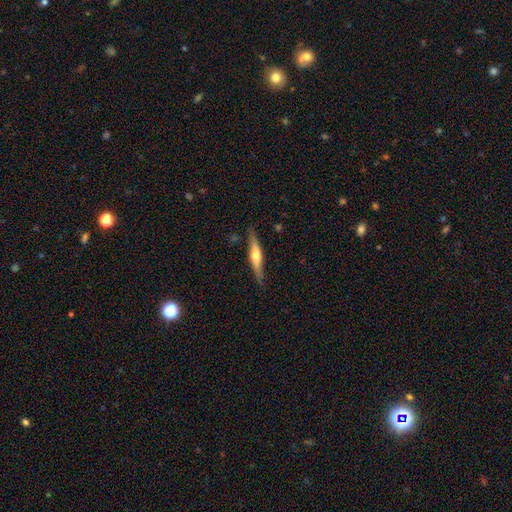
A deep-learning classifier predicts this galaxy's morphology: smooth_or_featured: featured or disk (p=0.65) [alt: smooth p=0.29]
disk_edge_on: yes (p=0.96) [alt: no p=0.04]
edge_on_bulge: rounded (p=0.89) [alt: boxy p=0.06]
merging: none (p=0.84) [alt: minor disturbance p=0.12]